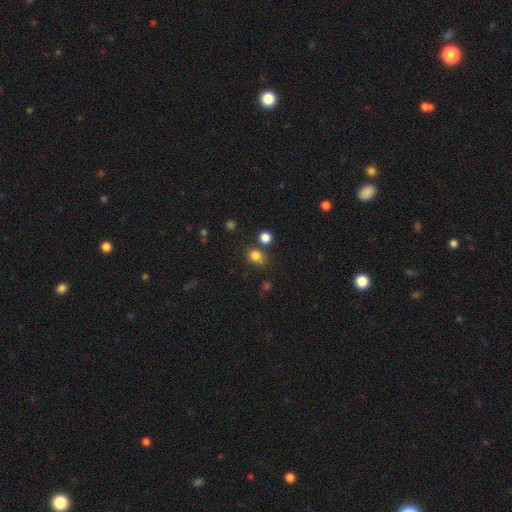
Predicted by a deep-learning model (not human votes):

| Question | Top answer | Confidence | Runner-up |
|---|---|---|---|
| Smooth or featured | smooth | 81% | star or artifact (14%) |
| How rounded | round | 56% | in between (43%) |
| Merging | none | 68% | minor disturbance (15%) |